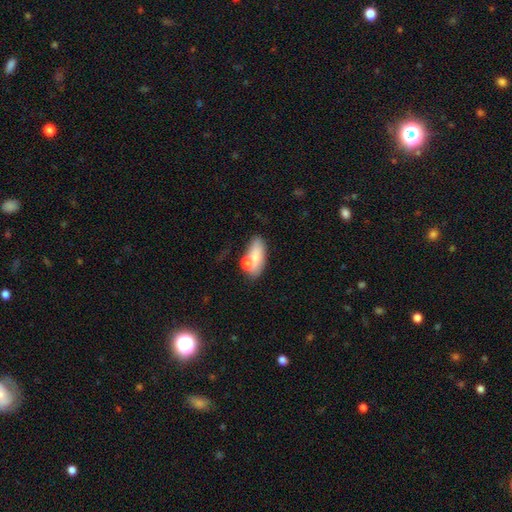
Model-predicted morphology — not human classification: smooth 72%, featured or disk 21%, star or artifact 7%. Down the decision tree: how rounded — in between (84%); merging — none (48%).